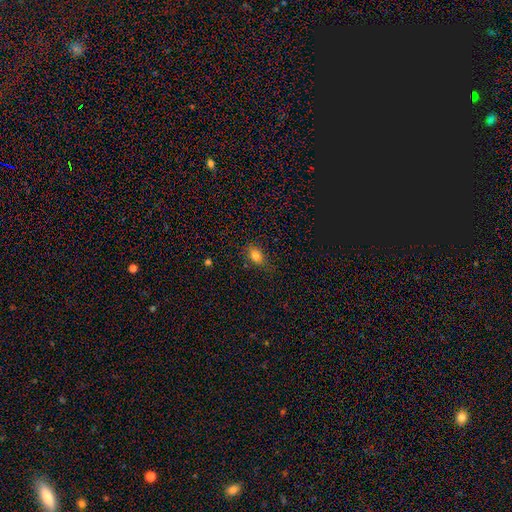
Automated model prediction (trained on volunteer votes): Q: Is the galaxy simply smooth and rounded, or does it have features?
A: smooth — 81%.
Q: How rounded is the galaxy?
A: in between — 78%.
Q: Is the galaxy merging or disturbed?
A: none — 77%.